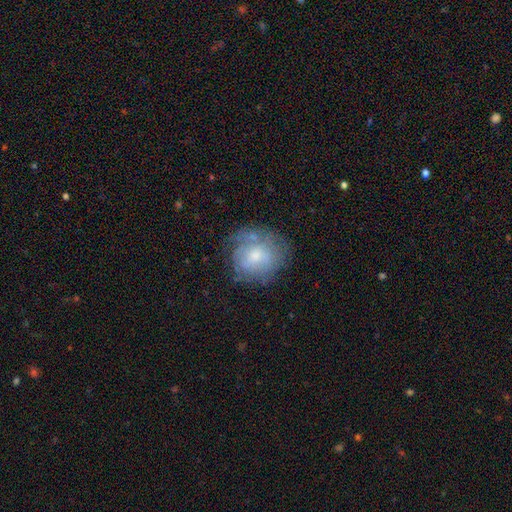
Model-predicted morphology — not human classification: Q: Smooth or featured?
A: smooth (48%); runner-up: featured or disk (44%)
Q: Merging?
A: none (58%); runner-up: minor disturbance (24%)